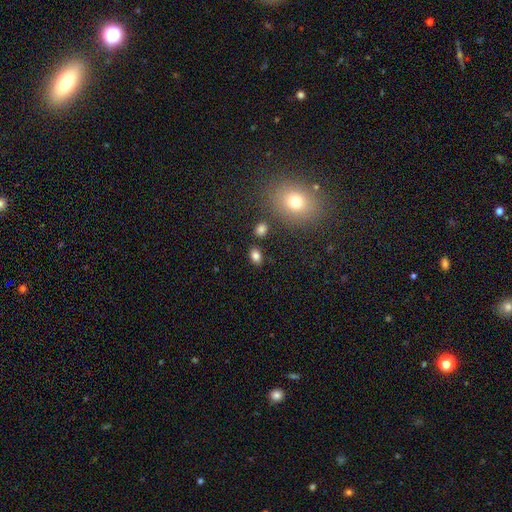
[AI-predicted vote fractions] smooth-or-featured: smooth: 82% | star or artifact: 11% | featured or disk: 7%
  how-rounded: in between: 79% | round: 19% | cigar-shaped: 2%
  merging: none: 82% | minor disturbance: 10% | merger: 5% | major disturbance: 3%